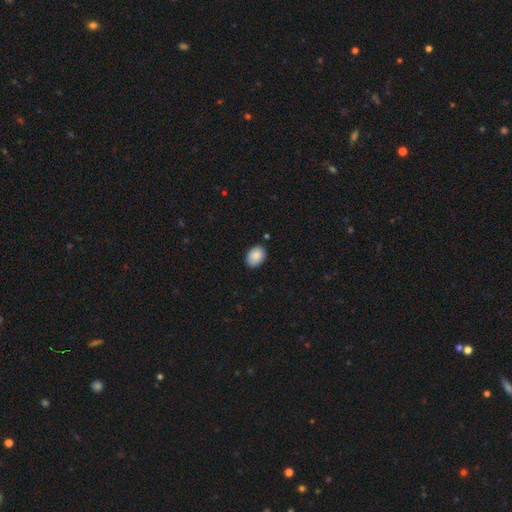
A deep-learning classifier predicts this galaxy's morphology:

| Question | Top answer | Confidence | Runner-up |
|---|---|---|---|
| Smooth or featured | smooth | 88% | star or artifact (7%) |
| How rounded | in between | 79% | round (20%) |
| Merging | none | 85% | minor disturbance (12%) |